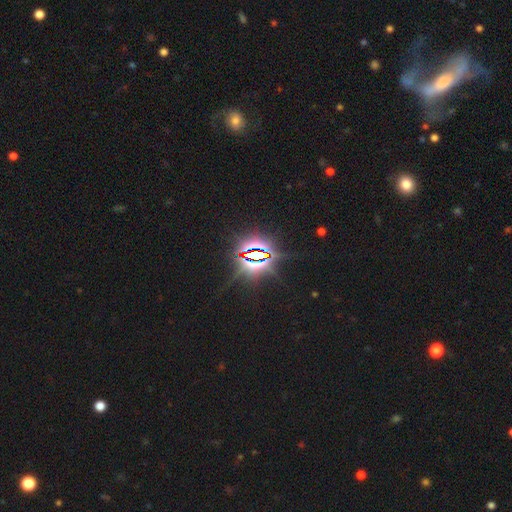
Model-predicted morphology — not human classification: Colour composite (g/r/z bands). It shows a star or artifact, not a galaxy (84%).